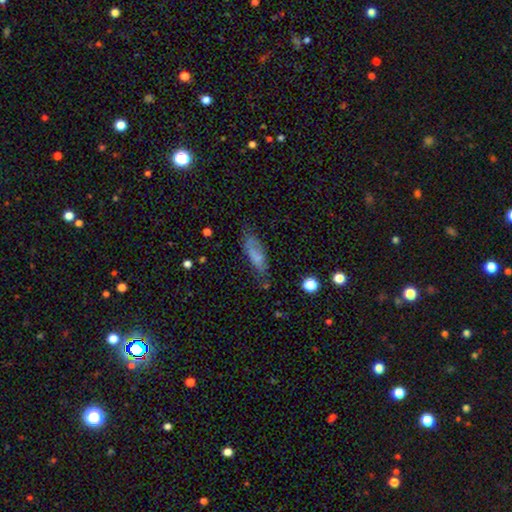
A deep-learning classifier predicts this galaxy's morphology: Smooth or featured? Predicted: smooth (p=0.64). How rounded? Predicted: in between (p=0.61). Merging? Predicted: none (p=0.57).